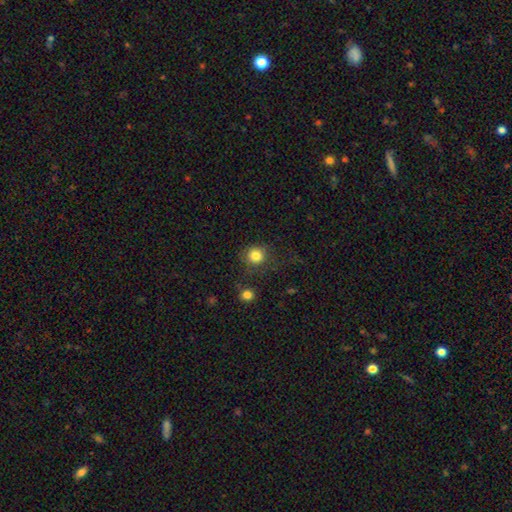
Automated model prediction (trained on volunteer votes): smooth 82%, star or artifact 12%, featured or disk 6%. Down the decision tree: how rounded — round (91%); merging — none (80%).